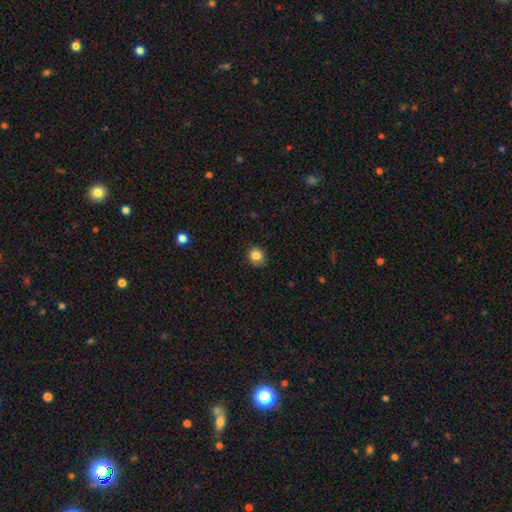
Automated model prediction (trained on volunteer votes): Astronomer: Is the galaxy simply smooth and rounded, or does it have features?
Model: smooth — 84%.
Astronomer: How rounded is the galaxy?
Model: round — 82%.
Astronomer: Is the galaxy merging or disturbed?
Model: none — 88%.